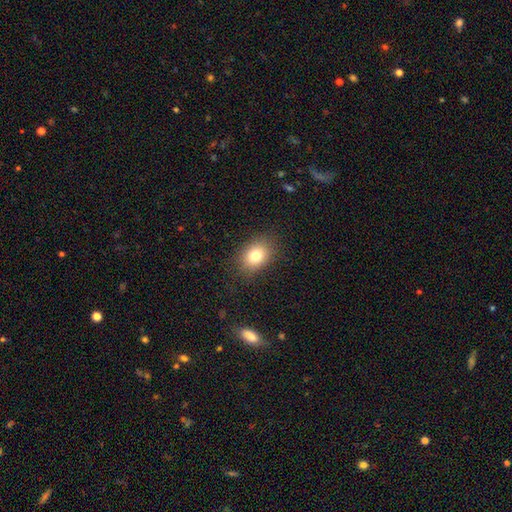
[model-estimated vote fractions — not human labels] smooth-or-featured: smooth: 79% | star or artifact: 11% | featured or disk: 10%
  how-rounded: in between: 66% | round: 33% | cigar-shaped: 1%
  merging: none: 84% | minor disturbance: 11% | major disturbance: 4% | merger: 1%